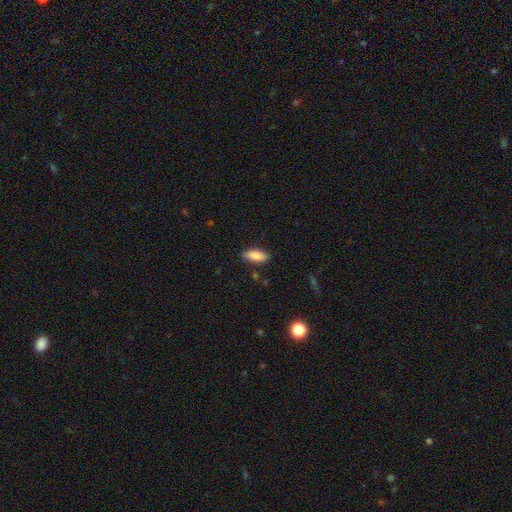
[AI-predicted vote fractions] The model was most divided on "how rounded": in between: 79%, cigar-shaped: 19%, round: 2%. More confident: smooth or featured — smooth (86%); merging — none (82%).